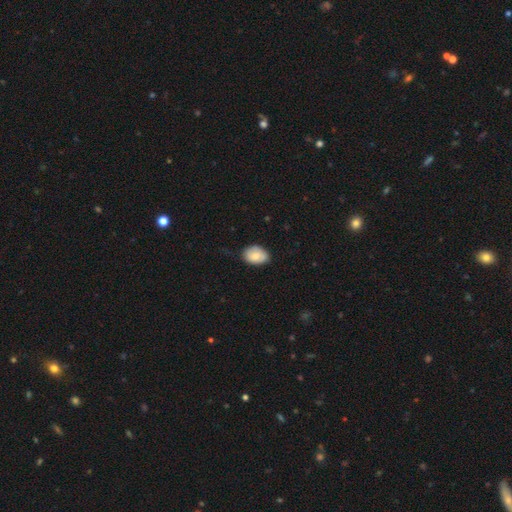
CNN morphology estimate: Smooth or featured? smooth (81%)
How rounded? in between (80%)
Merging? none (70%)